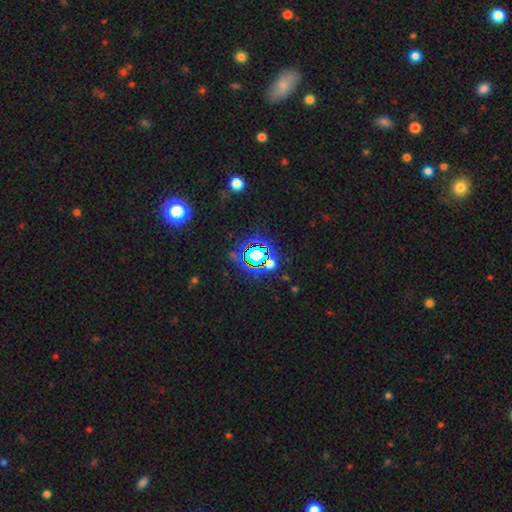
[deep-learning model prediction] A star or artifact, not a galaxy (74%).